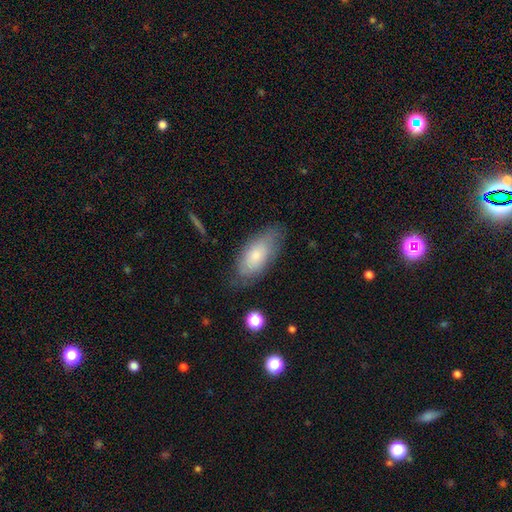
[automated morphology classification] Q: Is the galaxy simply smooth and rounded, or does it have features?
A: smooth — 65%.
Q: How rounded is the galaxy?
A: in between — 89%.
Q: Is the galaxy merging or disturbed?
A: none — 69%.